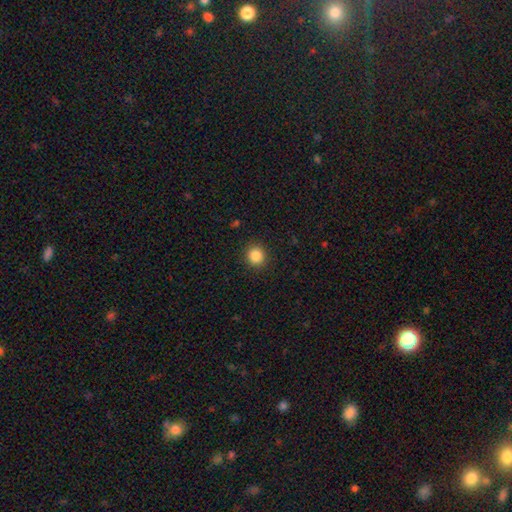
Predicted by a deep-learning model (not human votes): A smooth galaxy with no disk features (85%) that is round (91%).

Vote fractions:
- Smooth or featured? smooth: 85% / star or artifact: 11% / featured or disk: 4%
- How rounded? round: 91% / in between: 8% / cigar-shaped: 1%
- Merging? none: 91% / minor disturbance: 6% / major disturbance: 2% / merger: 1%